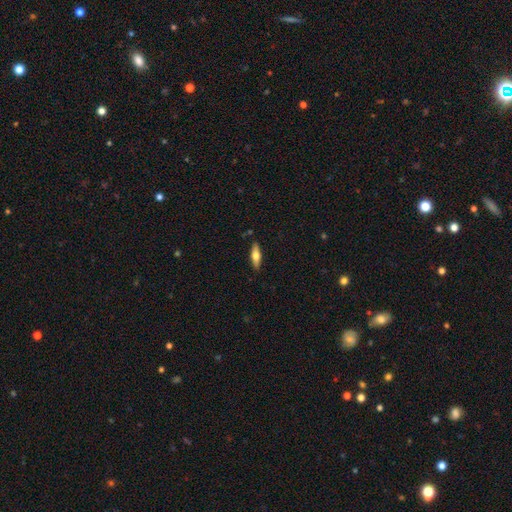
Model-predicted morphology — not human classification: smooth_or_featured: smooth (p=0.49) [alt: featured or disk p=0.45]
merging: none (p=0.88) [alt: minor disturbance p=0.09]